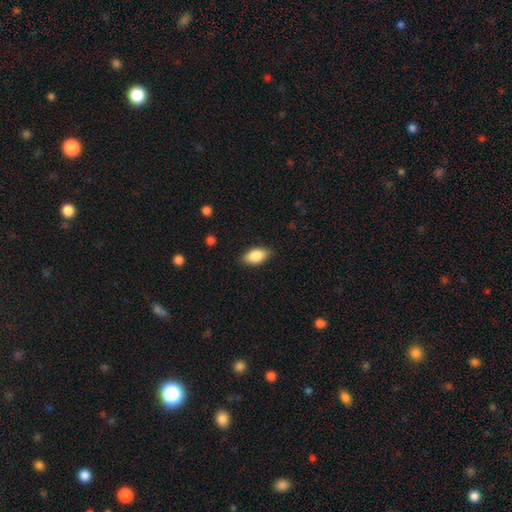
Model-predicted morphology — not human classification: A smooth galaxy with no disk features (84%) that is in between round and cigar-shaped (91%). Merging: none (85%).